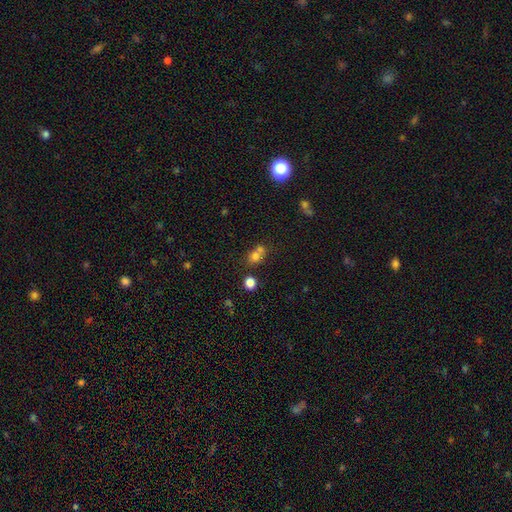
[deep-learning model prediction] smooth-or-featured: smooth: 68% | star or artifact: 20% | featured or disk: 12%
  how-rounded: round: 64% | in between: 34% | cigar-shaped: 2%
  merging: merger: 47% | none: 40% | minor disturbance: 9% | major disturbance: 4%